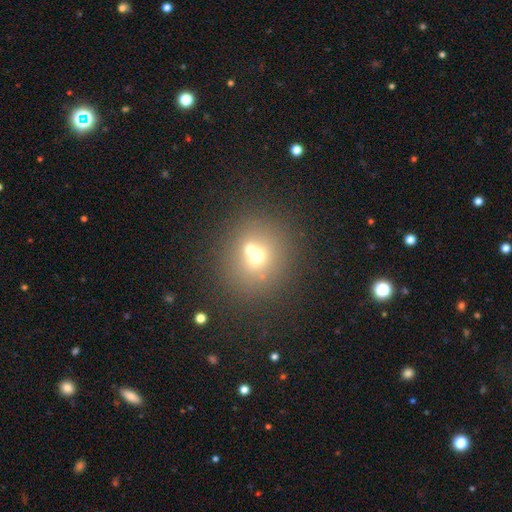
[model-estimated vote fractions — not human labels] A smooth galaxy with no disk features (61%) that is round (84%). Merging: none (46%).